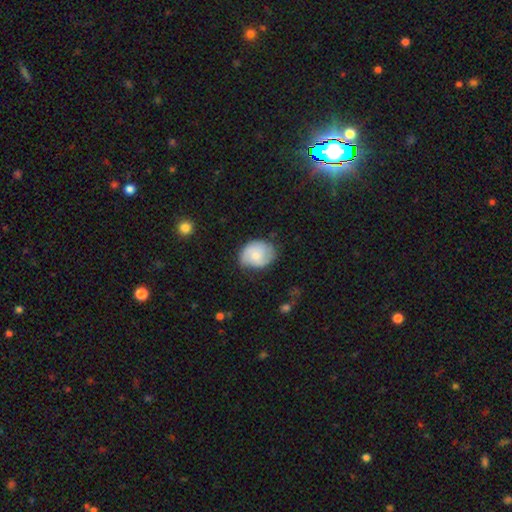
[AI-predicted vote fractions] Overall: smooth (48%; featured or disk 46%). Merging: none (64%; minor disturbance 27%).